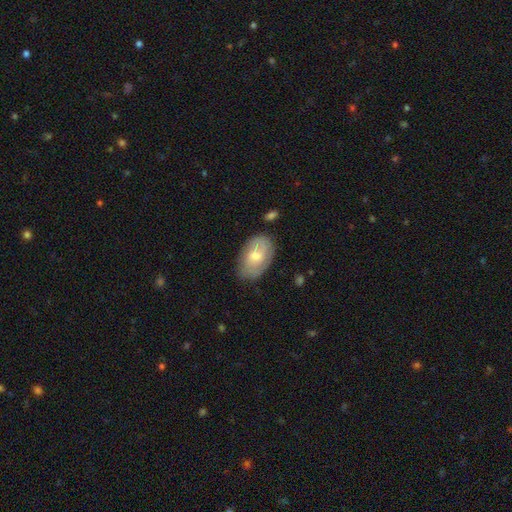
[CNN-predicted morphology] Q: Smooth or featured?
A: smooth (54%); runner-up: featured or disk (40%)
Q: How rounded?
A: in between (90%); runner-up: round (9%)
Q: Merging?
A: none (69%); runner-up: minor disturbance (23%)